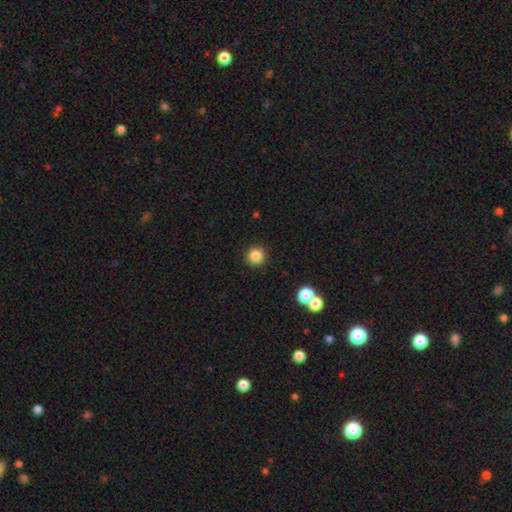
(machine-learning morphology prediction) Smooth or featured: smooth — 84% (star or artifact — 11%)
How rounded: round — 94% (in between — 5%)
Merging: none — 90% (minor disturbance — 5%)